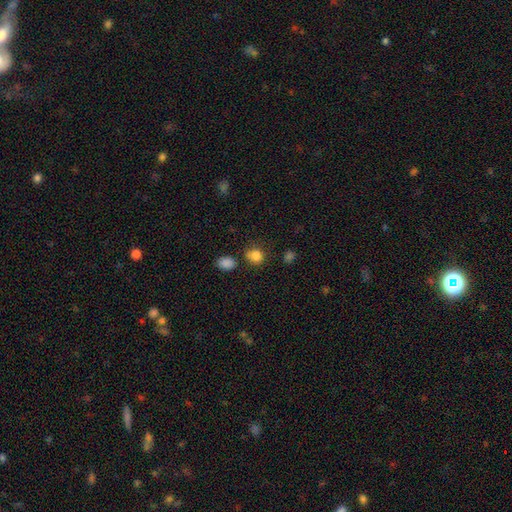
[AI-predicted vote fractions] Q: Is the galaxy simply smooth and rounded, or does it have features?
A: smooth — 84%.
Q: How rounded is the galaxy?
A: round — 68%.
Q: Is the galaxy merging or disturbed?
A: none — 64%.